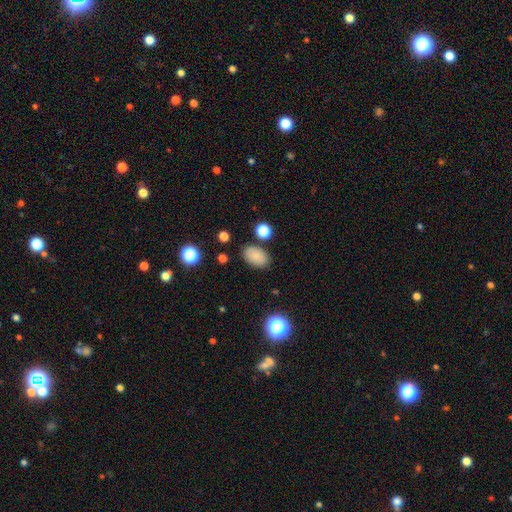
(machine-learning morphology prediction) Smooth or featured: smooth — 82% (star or artifact — 11%)
How rounded: in between — 89% (round — 10%)
Merging: none — 83% (minor disturbance — 11%)